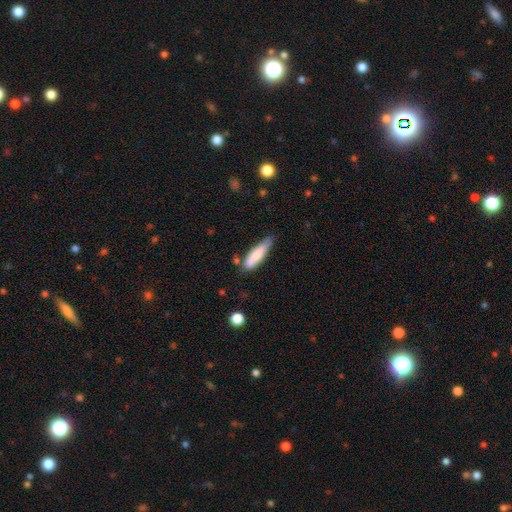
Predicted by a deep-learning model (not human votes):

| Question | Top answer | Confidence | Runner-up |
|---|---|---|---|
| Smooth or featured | smooth | 76% | featured or disk (18%) |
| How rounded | cigar-shaped | 65% | in between (33%) |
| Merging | none | 61% | minor disturbance (28%) |